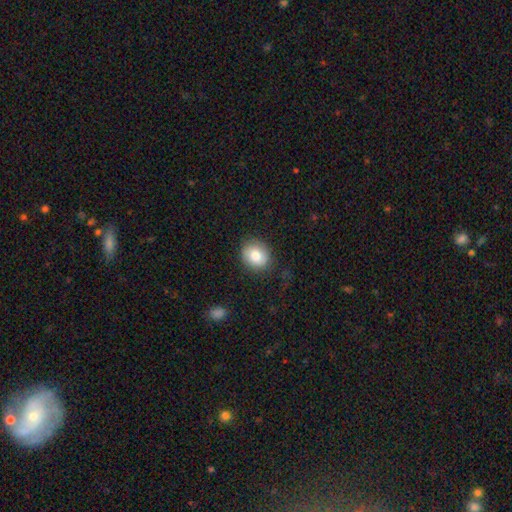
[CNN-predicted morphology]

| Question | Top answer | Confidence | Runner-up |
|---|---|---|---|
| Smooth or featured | smooth | 80% | featured or disk (11%) |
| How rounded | round | 76% | in between (23%) |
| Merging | none | 85% | minor disturbance (11%) |